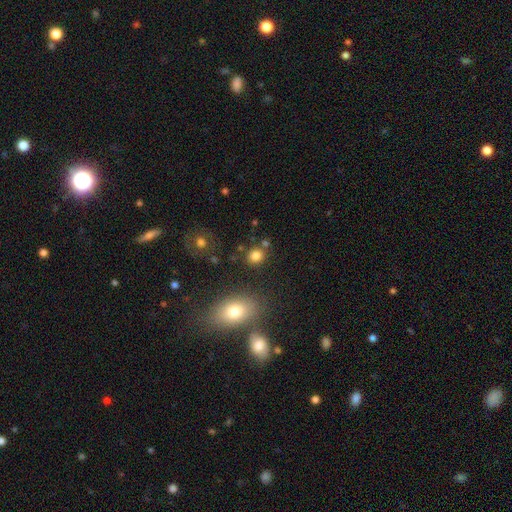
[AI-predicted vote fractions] Smooth or featured?
  - smooth: 82% *
  - star or artifact: 13%
  - featured or disk: 6%
How rounded?
  - round: 73% *
  - in between: 26%
  - cigar-shaped: 1%
Merging?
  - none: 79% *
  - minor disturbance: 9%
  - merger: 8%
  - major disturbance: 3%